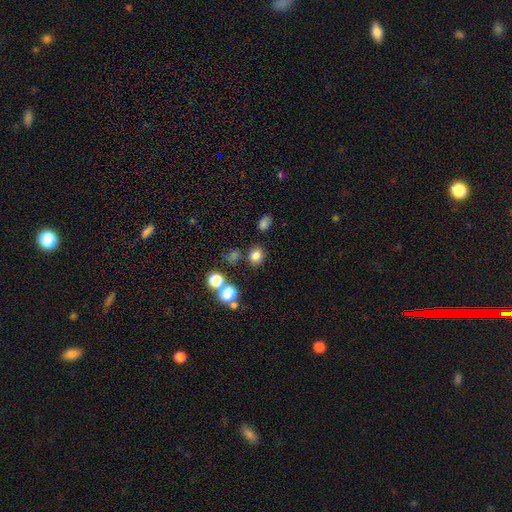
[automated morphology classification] Smooth or featured? smooth (78%)
How rounded? round (72%)
Merging? none (81%)